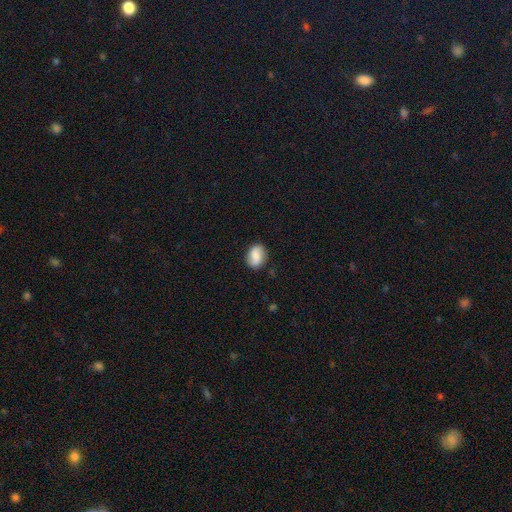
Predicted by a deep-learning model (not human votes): smooth-or-featured: smooth: 71% | featured or disk: 20% | star or artifact: 8%
  how-rounded: in between: 69% | round: 29% | cigar-shaped: 2%
  merging: none: 82% | minor disturbance: 13% | major disturbance: 3% | merger: 1%